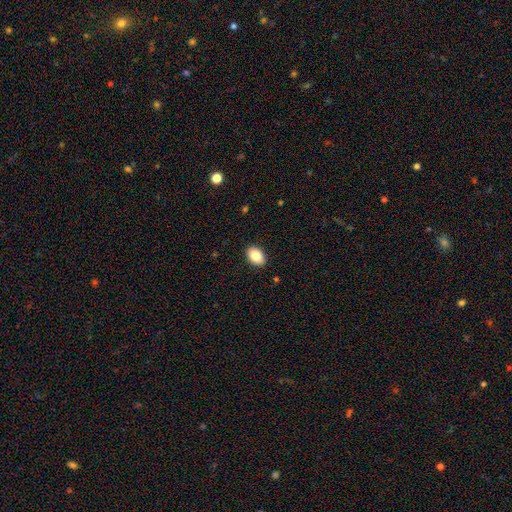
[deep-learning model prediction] smooth-or-featured: smooth: 85% | featured or disk: 8% | star or artifact: 7%
  how-rounded: in between: 86% | round: 13% | cigar-shaped: 1%
  merging: none: 90% | minor disturbance: 8% | major disturbance: 2% | merger: 1%